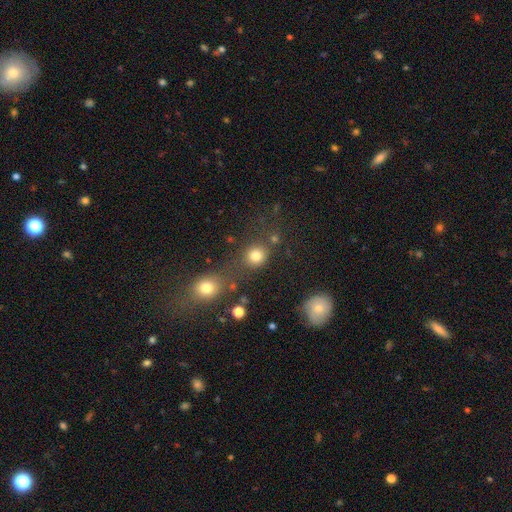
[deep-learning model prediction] The model was most divided on "merging": none: 68%, merger: 15%, minor disturbance: 11%, major disturbance: 6%. More confident: how rounded — round (81%); smooth or featured — smooth (80%).